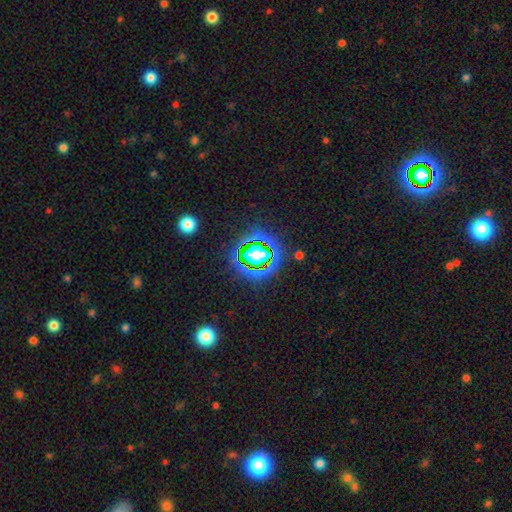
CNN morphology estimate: Smooth or featured?
  - star or artifact: 65% *
  - smooth: 22%
  - featured or disk: 13%